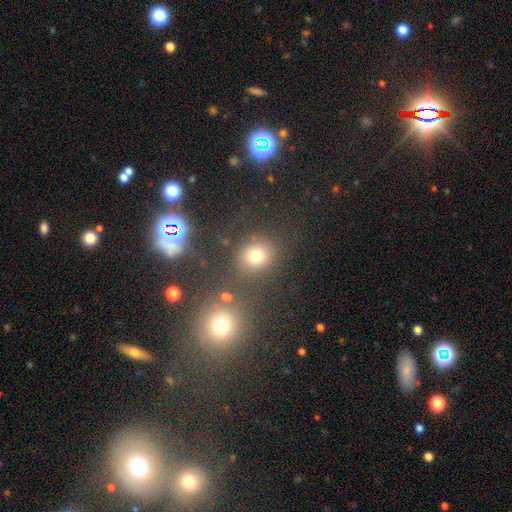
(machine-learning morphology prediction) Smooth or featured: smooth — 70% (star or artifact — 21%)
How rounded: round — 75% (in between — 23%)
Merging: none — 74% (minor disturbance — 11%)